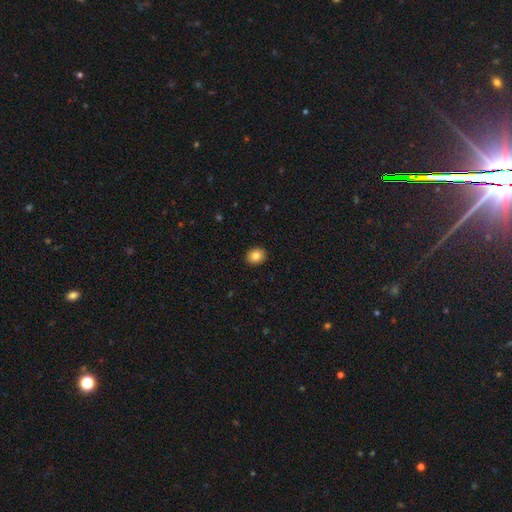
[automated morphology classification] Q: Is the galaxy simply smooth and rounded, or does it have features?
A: smooth — 84%.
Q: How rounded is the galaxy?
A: round — 63%.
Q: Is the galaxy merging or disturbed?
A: none — 92%.